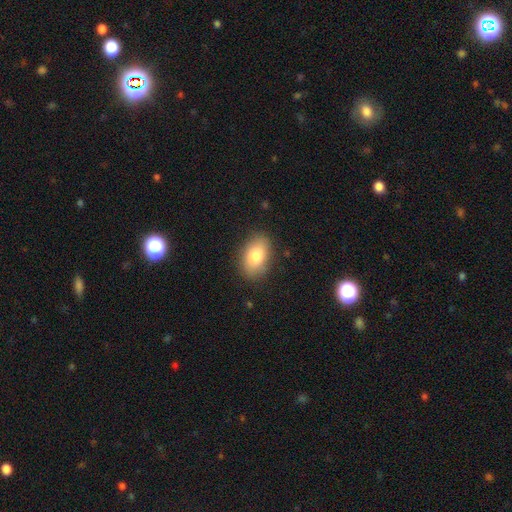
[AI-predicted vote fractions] A smooth galaxy with no disk features (82%) that is in between round and cigar-shaped (90%). Merging: none (85%).